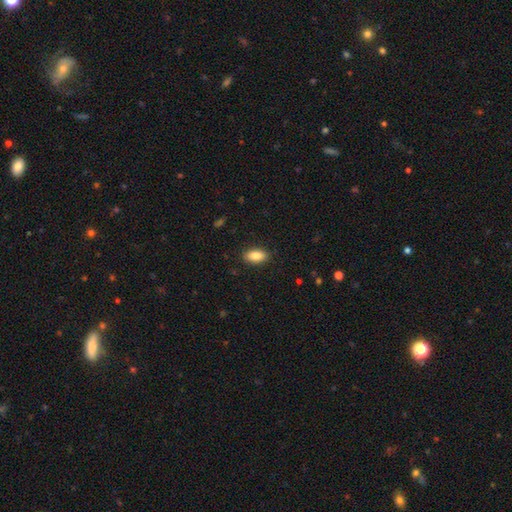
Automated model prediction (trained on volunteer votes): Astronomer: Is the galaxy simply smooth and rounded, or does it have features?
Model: smooth — 85%.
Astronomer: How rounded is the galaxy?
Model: in between — 90%.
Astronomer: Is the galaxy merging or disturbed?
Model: none — 89%.